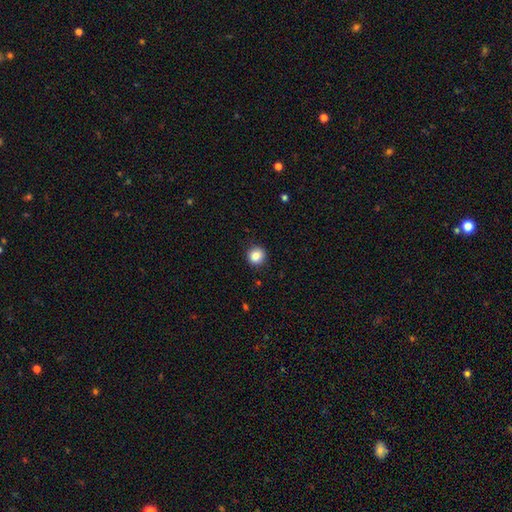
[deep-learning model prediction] Smooth or featured? Predicted: smooth (p=0.85). How rounded? Predicted: round (p=0.91). Merging? Predicted: none (p=0.91).